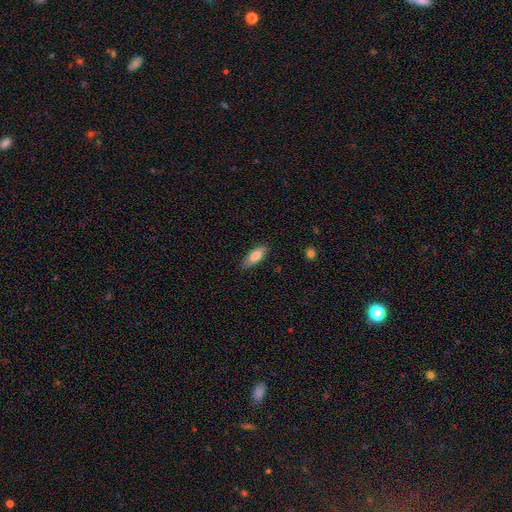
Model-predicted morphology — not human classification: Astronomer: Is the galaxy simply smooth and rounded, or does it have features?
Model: smooth — 80%.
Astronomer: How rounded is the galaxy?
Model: in between — 65%.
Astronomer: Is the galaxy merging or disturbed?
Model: none — 85%.